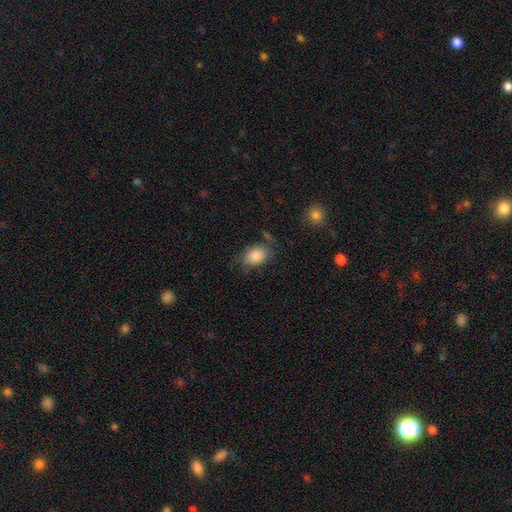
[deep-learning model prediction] Smooth or featured: smooth — 86% (star or artifact — 8%)
How rounded: in between — 81% (round — 18%)
Merging: none — 70% (minor disturbance — 20%)